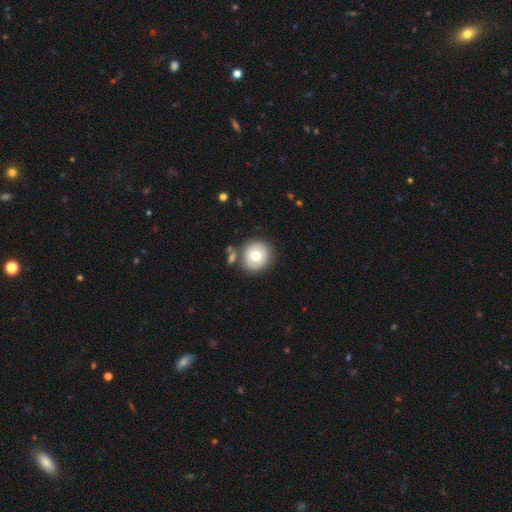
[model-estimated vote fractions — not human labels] Smooth or featured? smooth (72%)
How rounded? round (87%)
Merging? none (75%)